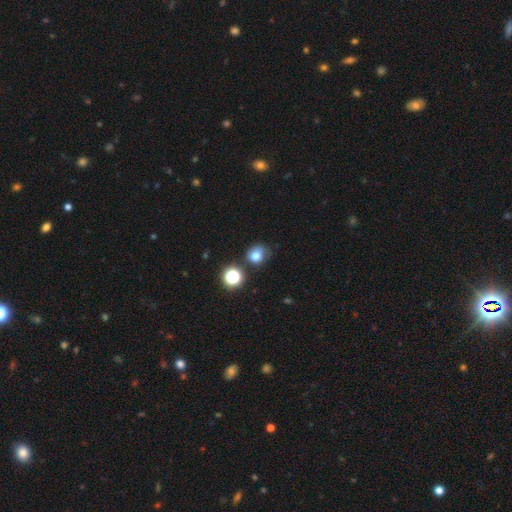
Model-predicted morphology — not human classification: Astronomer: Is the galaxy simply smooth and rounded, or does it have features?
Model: smooth — 76%.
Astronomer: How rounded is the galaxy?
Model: round — 76%.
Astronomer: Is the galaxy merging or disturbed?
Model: none — 59%.